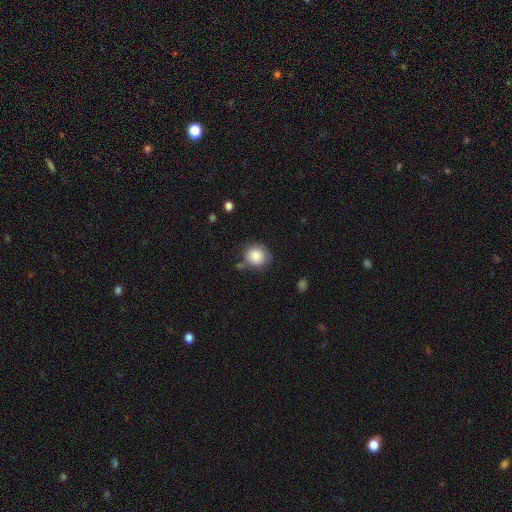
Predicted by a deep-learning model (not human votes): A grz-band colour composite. It shows a smooth galaxy with no disk features (84%) that is round (87%). Merging: none (70%).